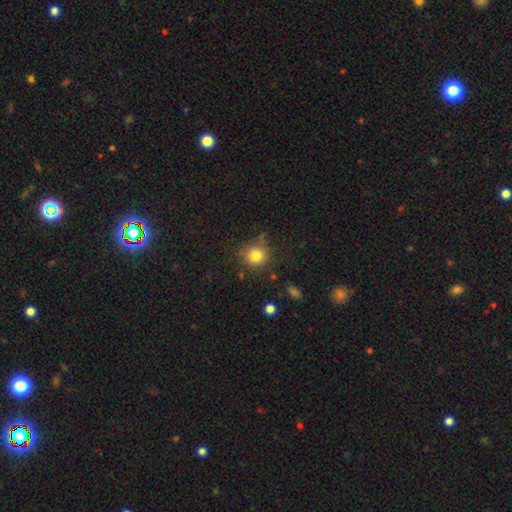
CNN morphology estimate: type=smooth (81%); roundness=round (89%); merging=none (73%).